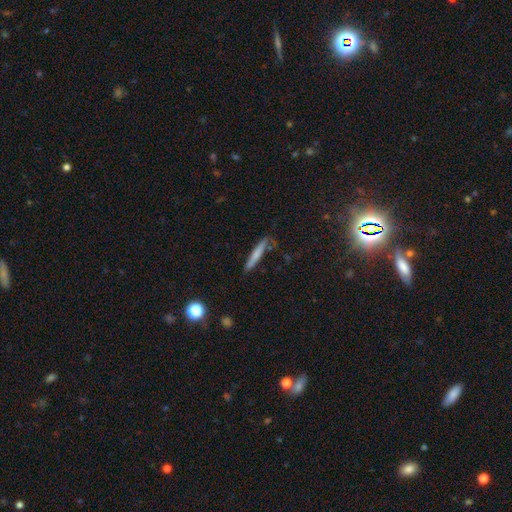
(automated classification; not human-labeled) A smooth galaxy with no disk features (64%) that is cigar-shaped (94%).

Vote fractions:
- Smooth or featured? smooth: 64% / featured or disk: 28% / star or artifact: 8%
- How rounded? cigar-shaped: 94% / in between: 4% / round: 2%
- Merging? none: 75% / minor disturbance: 18% / major disturbance: 4% / merger: 3%